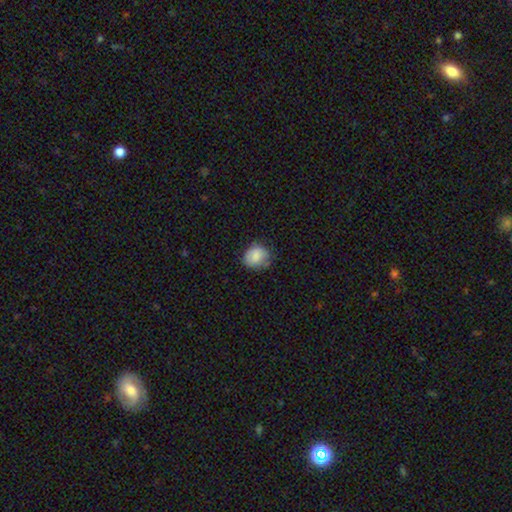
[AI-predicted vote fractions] Smooth or featured: smooth — 82% (featured or disk — 10%)
How rounded: round — 66% (in between — 33%)
Merging: none — 65% (minor disturbance — 27%)